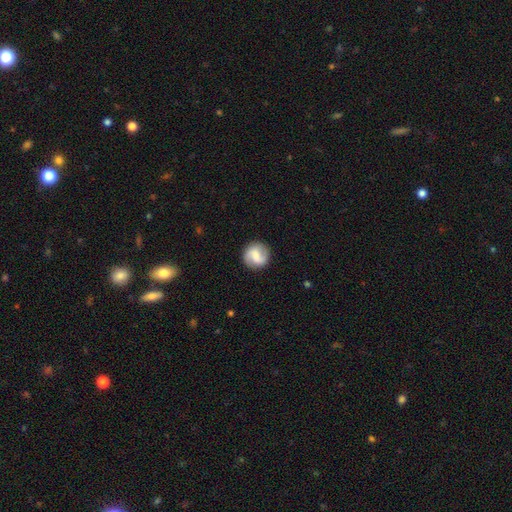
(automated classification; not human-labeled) smooth 47%, featured or disk 46%, star or artifact 7%. Down the decision tree: merging — none (86%).